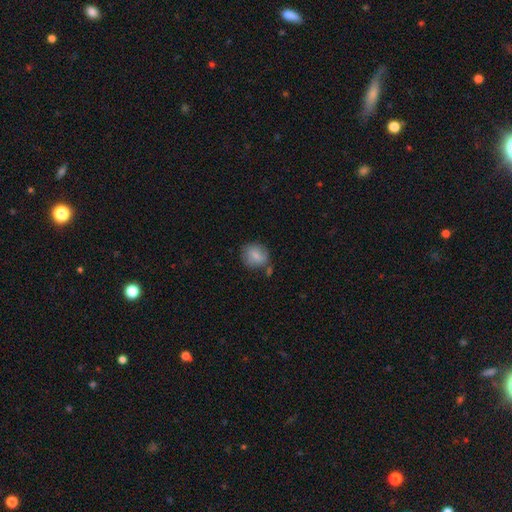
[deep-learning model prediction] A smooth galaxy with no disk features (78%) that is round (69%). Merging: none (63%).